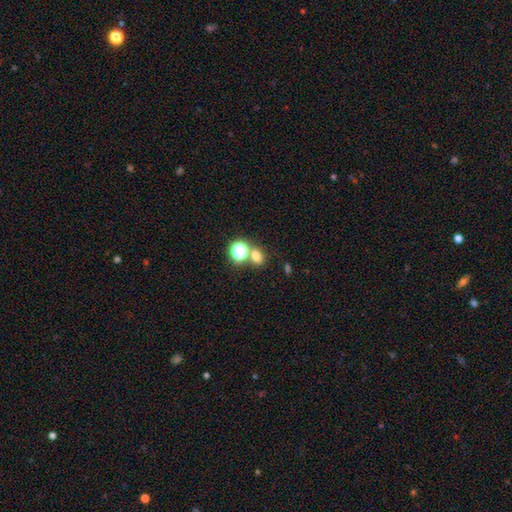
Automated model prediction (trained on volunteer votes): Q: Smooth or featured?
A: smooth (69%); runner-up: star or artifact (23%)
Q: How rounded?
A: round (54%); runner-up: in between (44%)
Q: Merging?
A: none (63%); runner-up: merger (24%)